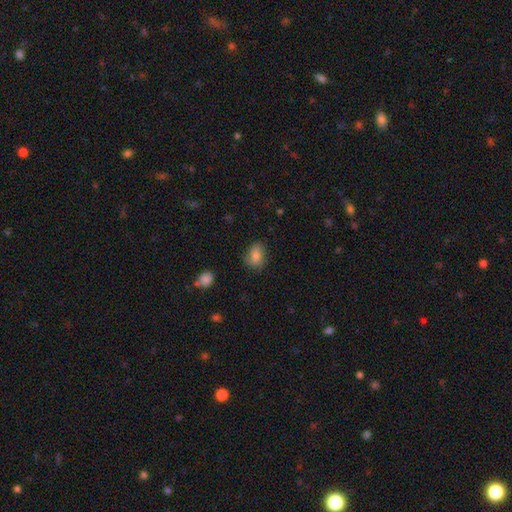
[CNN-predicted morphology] smooth-or-featured: smooth: 81% | featured or disk: 10% | star or artifact: 9%
  how-rounded: in between: 74% | round: 25% | cigar-shaped: 2%
  merging: none: 70% | minor disturbance: 23% | major disturbance: 6% | merger: 2%